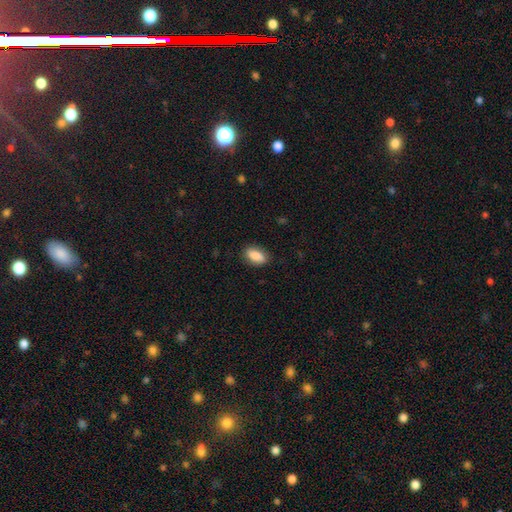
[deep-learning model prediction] This is clearly a smooth galaxy (87%). How rounded: clearly in between (90%). Merging: clearly none (85%).